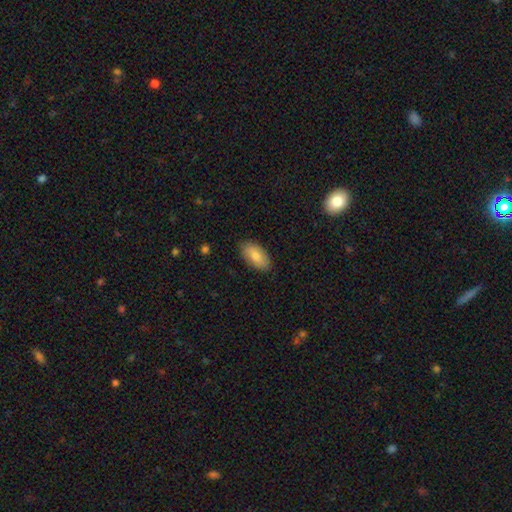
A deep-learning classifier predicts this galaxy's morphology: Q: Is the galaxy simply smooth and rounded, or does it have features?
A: smooth — 81%.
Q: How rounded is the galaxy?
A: in between — 94%.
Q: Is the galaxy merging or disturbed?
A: none — 85%.